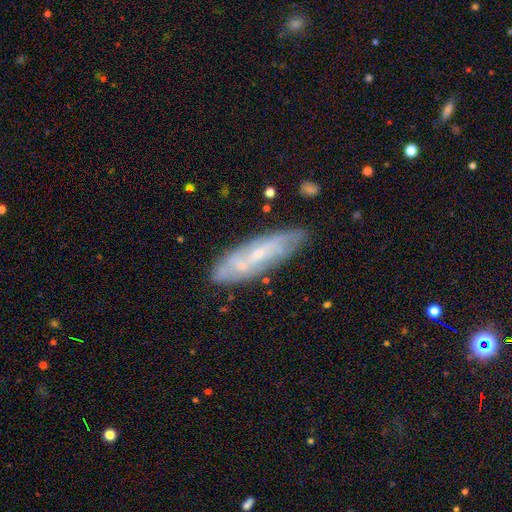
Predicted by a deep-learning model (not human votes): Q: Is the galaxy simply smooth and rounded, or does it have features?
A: featured or disk — 62%.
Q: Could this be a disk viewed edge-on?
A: no — 70%.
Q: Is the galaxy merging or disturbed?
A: none — 76%.